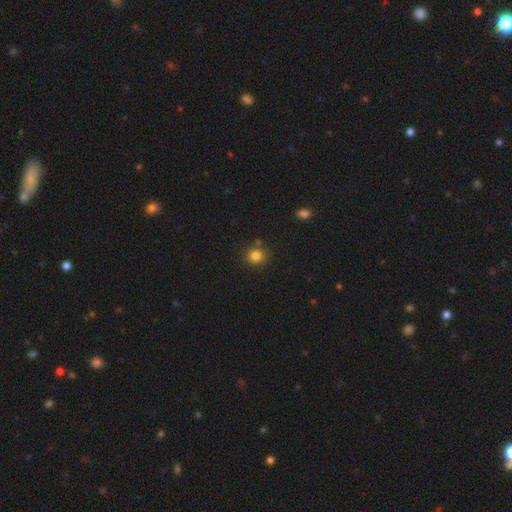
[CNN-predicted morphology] Smooth or featured?
  - smooth: 82% *
  - star or artifact: 12%
  - featured or disk: 6%
How rounded?
  - round: 83% *
  - in between: 16%
  - cigar-shaped: 1%
Merging?
  - none: 77% *
  - minor disturbance: 12%
  - merger: 8%
  - major disturbance: 3%